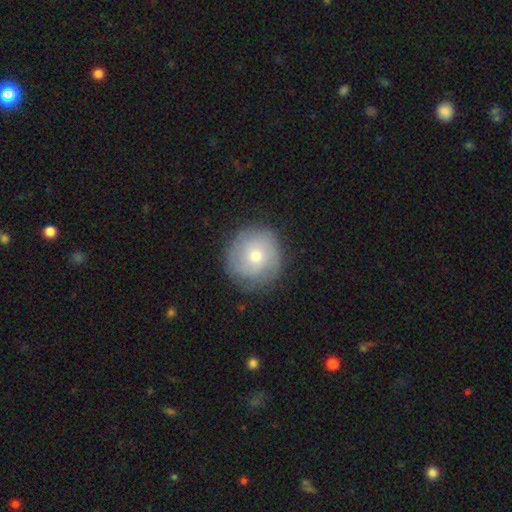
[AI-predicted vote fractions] Morphology: type=smooth (48%); merging=none (81%).